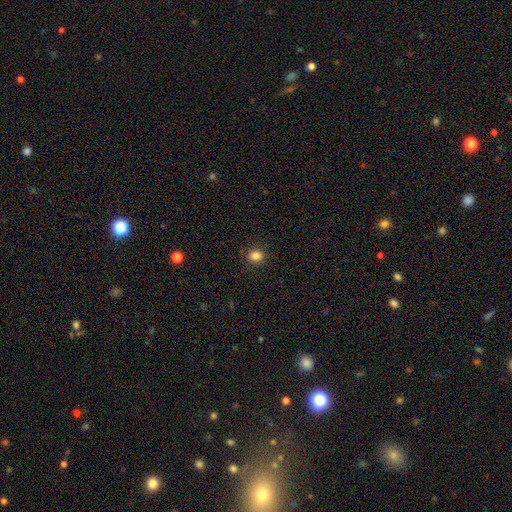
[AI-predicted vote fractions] This is clearly a smooth galaxy (84%). How rounded: likely round (75%). Merging: clearly none (89%).